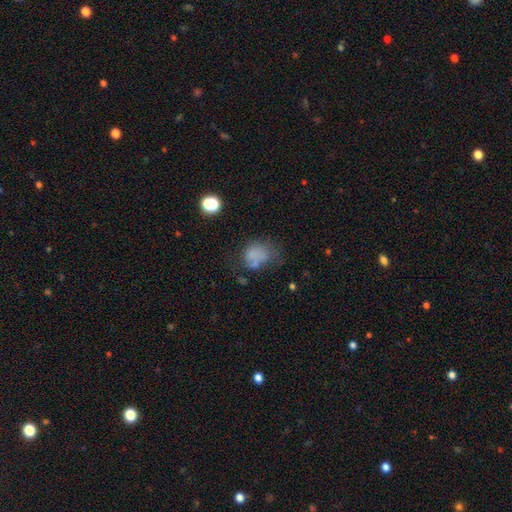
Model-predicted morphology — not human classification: Smooth or featured?
  - smooth: 65% *
  - featured or disk: 20%
  - star or artifact: 15%
How rounded?
  - round: 51% *
  - in between: 48%
  - cigar-shaped: 1%
Merging?
  - none: 35% *
  - major disturbance: 28%
  - minor disturbance: 25%
  - merger: 11%